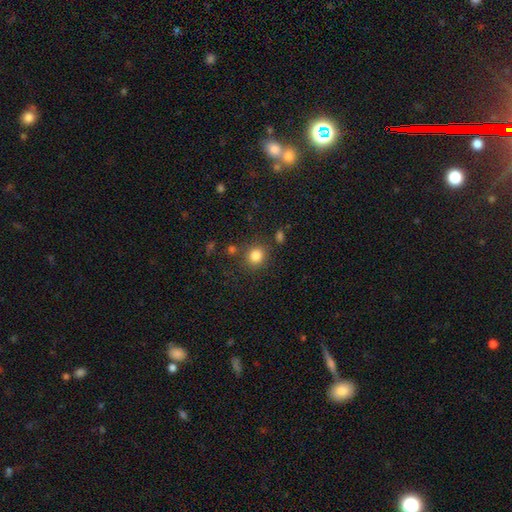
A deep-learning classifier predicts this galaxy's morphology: The model was most divided on "how rounded": round: 84%, in between: 15%, cigar-shaped: 1%. More confident: smooth or featured — smooth (83%); merging — none (81%).